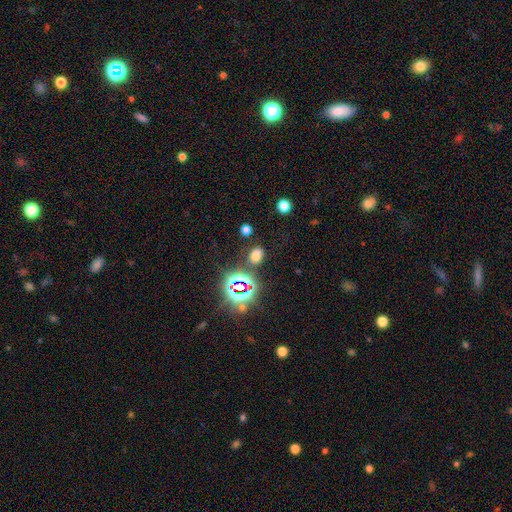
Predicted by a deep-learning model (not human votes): Overall: smooth (53%; star or artifact 36%). How rounded: in between (64%; round 34%). Merging: none (71%).